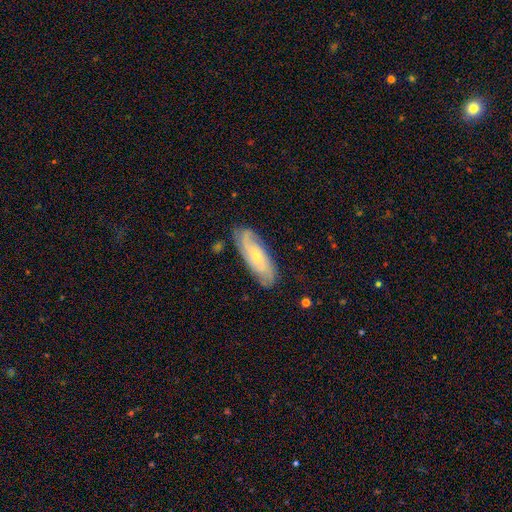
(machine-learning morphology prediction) smooth_or_featured: featured or disk (p=0.69) [alt: smooth p=0.25]
disk_edge_on: no (p=0.87) [alt: yes p=0.13]
bar: no (p=0.69) [alt: weak p=0.25]
has_spiral_arms: yes (p=0.92) [alt: no p=0.08]
spiral_winding: tight (p=0.54) [alt: medium p=0.34]
spiral_arm_count: 2 (p=0.40) [alt: can't tell p=0.33]
bulge_size: small (p=0.75) [alt: moderate p=0.20]
merging: none (p=0.80) [alt: minor disturbance p=0.15]